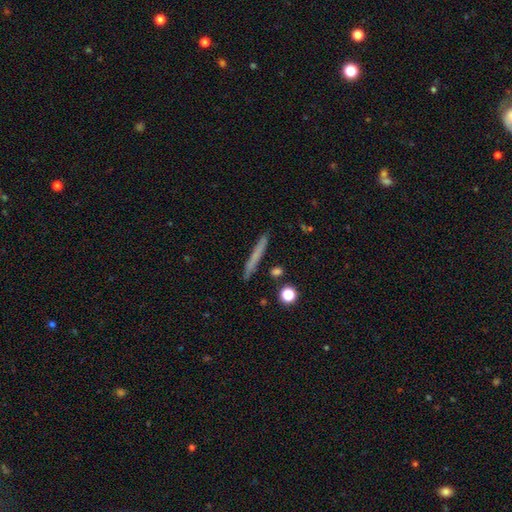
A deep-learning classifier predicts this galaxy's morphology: A smooth galaxy with no disk features (61%) that is cigar-shaped (95%).

Vote fractions:
- Smooth or featured? smooth: 61% / featured or disk: 31% / star or artifact: 8%
- How rounded? cigar-shaped: 95% / in between: 3% / round: 2%
- Merging? none: 90% / minor disturbance: 7% / merger: 2% / major disturbance: 2%